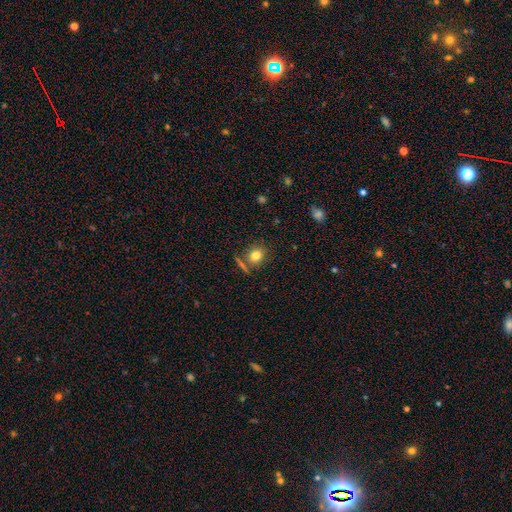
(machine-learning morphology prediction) Overall: smooth (79%). How rounded: round (59%; in between 39%). Merging: none (72%).